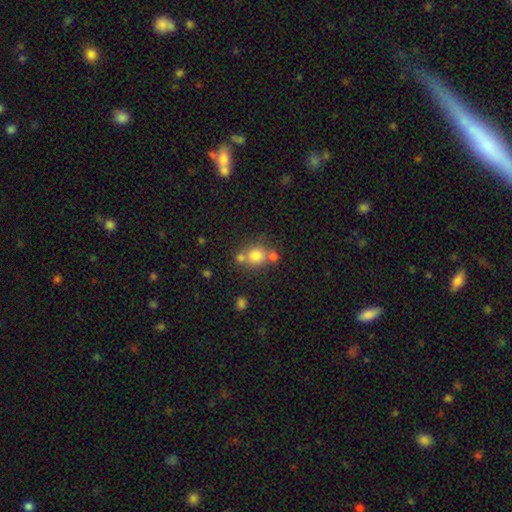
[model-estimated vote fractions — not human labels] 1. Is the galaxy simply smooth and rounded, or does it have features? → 77% smooth, 12% star or artifact, 11% featured or disk.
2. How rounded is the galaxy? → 78% round, 21% in between, 1% cigar-shaped.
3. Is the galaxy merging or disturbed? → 54% none, 31% merger, 11% minor disturbance, 4% major disturbance.